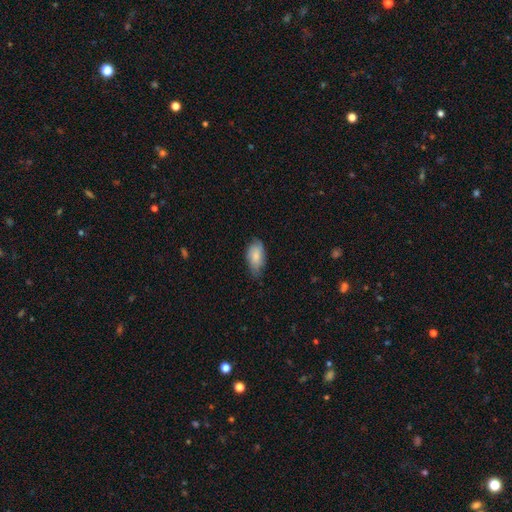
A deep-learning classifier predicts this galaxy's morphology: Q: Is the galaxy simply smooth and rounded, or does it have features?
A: smooth — 81%.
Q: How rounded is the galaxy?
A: in between — 92%.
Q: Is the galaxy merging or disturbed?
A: none — 65%.